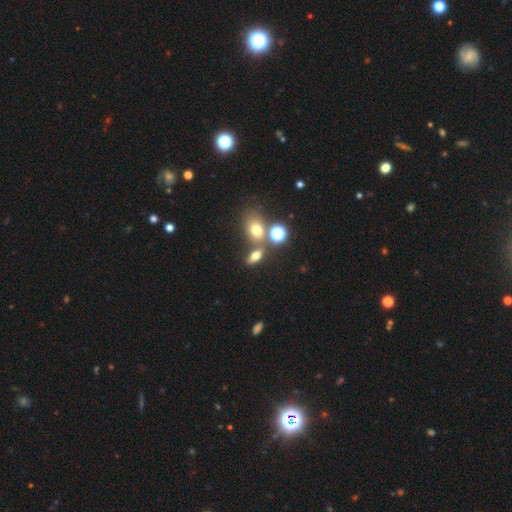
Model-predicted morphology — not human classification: The model was most divided on "merging": none: 58%, merger: 25%, minor disturbance: 12%, major disturbance: 5%. More confident: how rounded — in between (68%); smooth or featured — smooth (64%).